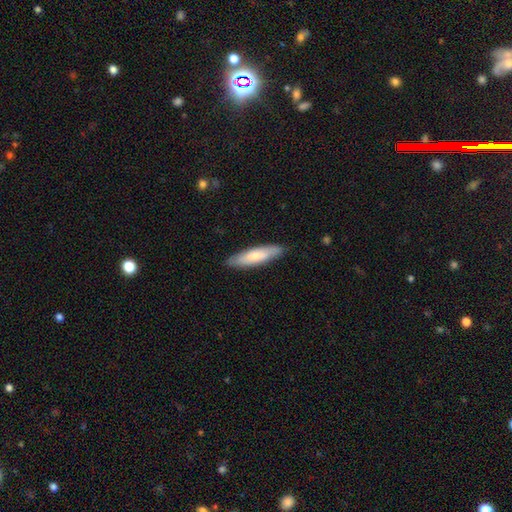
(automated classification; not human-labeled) Morphology: type=smooth (69%); roundness=cigar-shaped (71%); merging=none (87%).